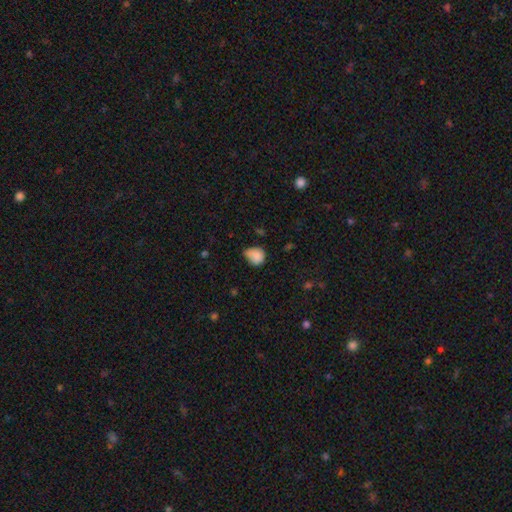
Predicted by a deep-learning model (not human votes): Morphology: type=smooth (83%); roundness=round (60%); merging=minor disturbance (44%).